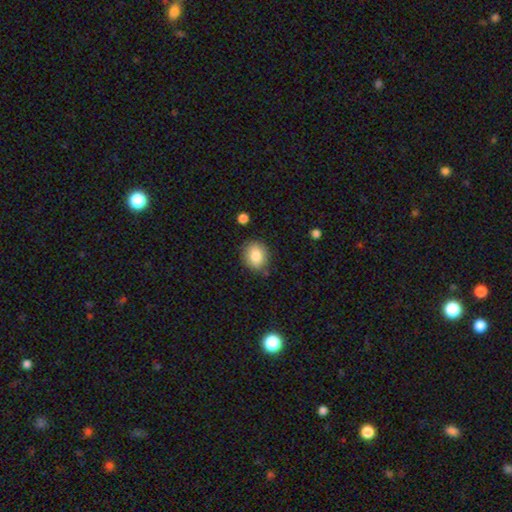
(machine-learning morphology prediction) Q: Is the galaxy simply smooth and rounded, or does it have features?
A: smooth — 83%.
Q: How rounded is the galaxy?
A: round — 67%.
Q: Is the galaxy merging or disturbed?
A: none — 80%.